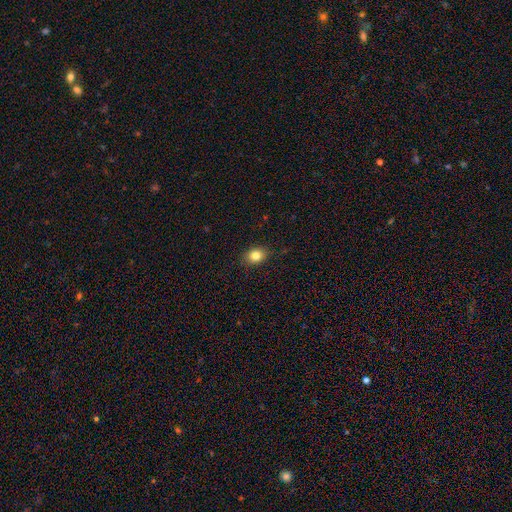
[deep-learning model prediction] Smooth or featured? Predicted: smooth (p=0.82). How rounded? Predicted: in between (p=0.58). Merging? Predicted: none (p=0.85).